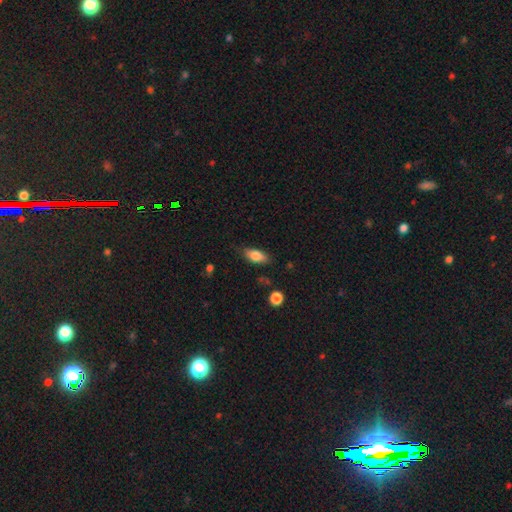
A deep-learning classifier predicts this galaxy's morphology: Overall: smooth (79%). How rounded: in between (83%). Merging: none (78%).